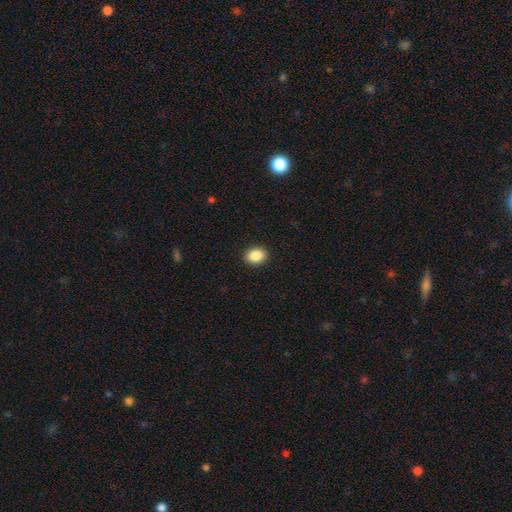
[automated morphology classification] Q: Smooth or featured?
A: smooth (88%); runner-up: star or artifact (8%)
Q: How rounded?
A: in between (65%); runner-up: round (34%)
Q: Merging?
A: none (91%); runner-up: minor disturbance (6%)